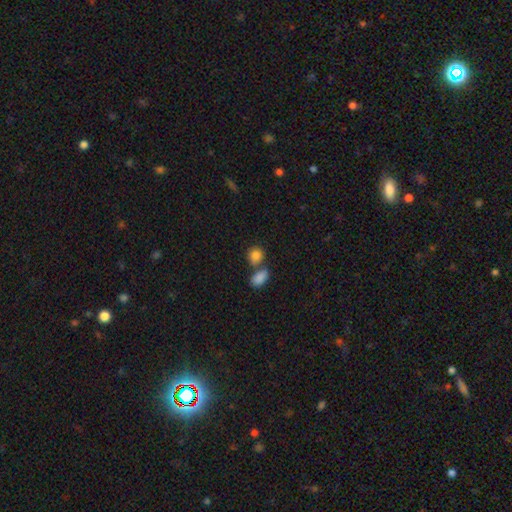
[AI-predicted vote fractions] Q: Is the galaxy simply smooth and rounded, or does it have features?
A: smooth — 85%.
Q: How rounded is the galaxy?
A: round — 69%.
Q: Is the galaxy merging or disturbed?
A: none — 54%.